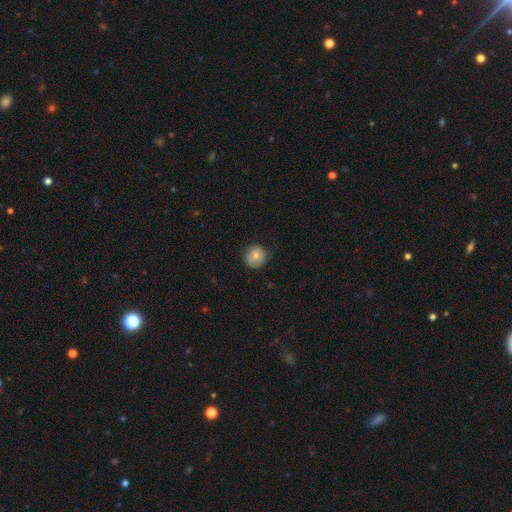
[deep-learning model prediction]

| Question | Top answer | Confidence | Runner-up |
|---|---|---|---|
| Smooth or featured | smooth | 74% | featured or disk (18%) |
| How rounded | round | 89% | in between (10%) |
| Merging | none | 77% | minor disturbance (18%) |